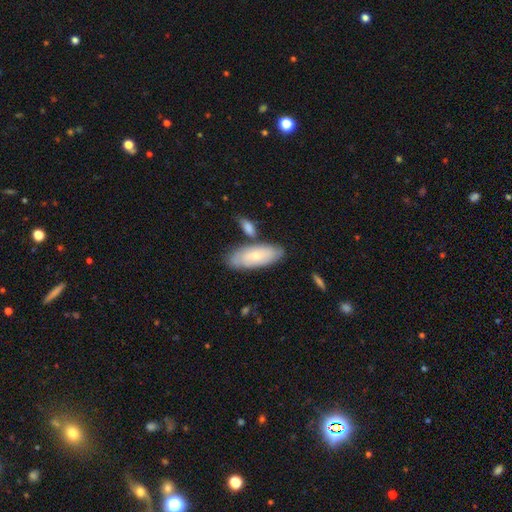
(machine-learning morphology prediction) type=smooth (58%); roundness=in between (78%); merging=none (70%).